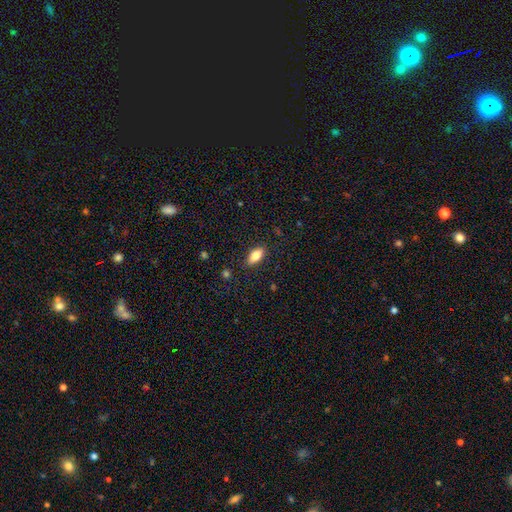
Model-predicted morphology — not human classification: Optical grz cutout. It shows a smooth galaxy with no disk features (81%) that is in between round and cigar-shaped (85%). Merging: none (86%).